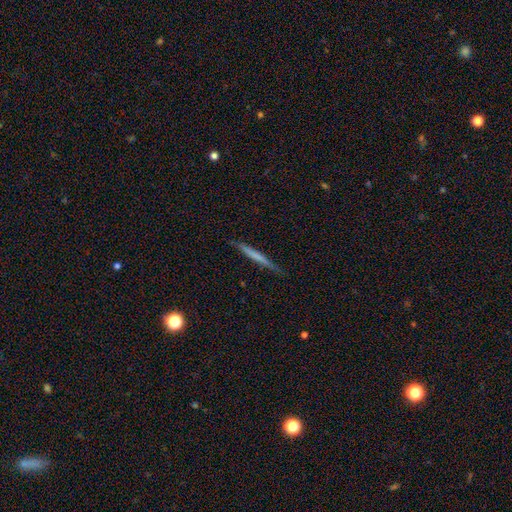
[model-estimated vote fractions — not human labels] This is possibly a smooth galaxy (50%). Merging: clearly none (88%).